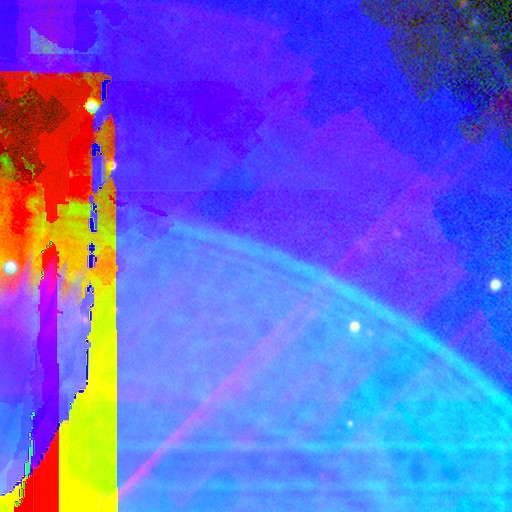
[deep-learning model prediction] Q: Smooth or featured?
A: star or artifact (86%); runner-up: featured or disk (8%)